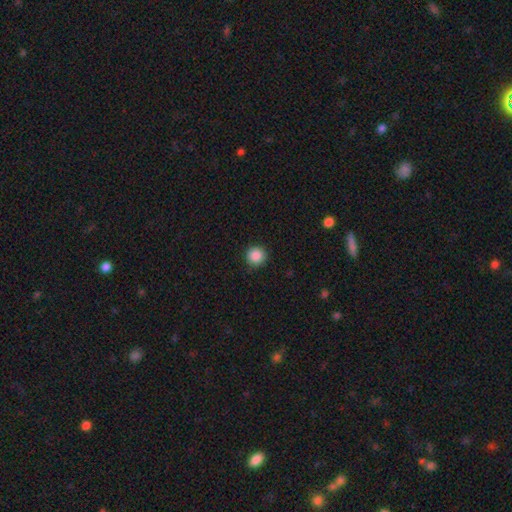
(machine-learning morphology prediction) type=smooth (87%); roundness=round (95%); merging=none (91%).